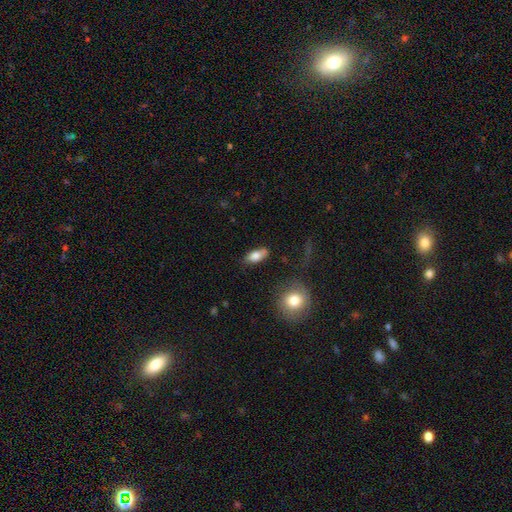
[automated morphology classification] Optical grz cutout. It shows a smooth galaxy with no disk features (79%) that is in between round and cigar-shaped (82%). Merging: none (72%).